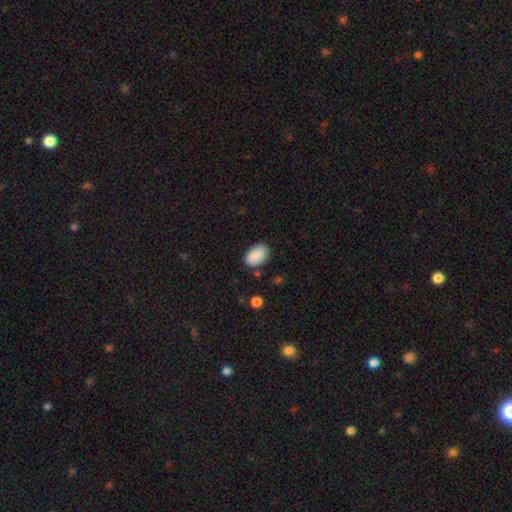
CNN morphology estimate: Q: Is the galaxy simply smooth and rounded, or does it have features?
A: smooth — 89%.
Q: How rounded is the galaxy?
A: in between — 92%.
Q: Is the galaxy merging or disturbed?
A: none — 79%.